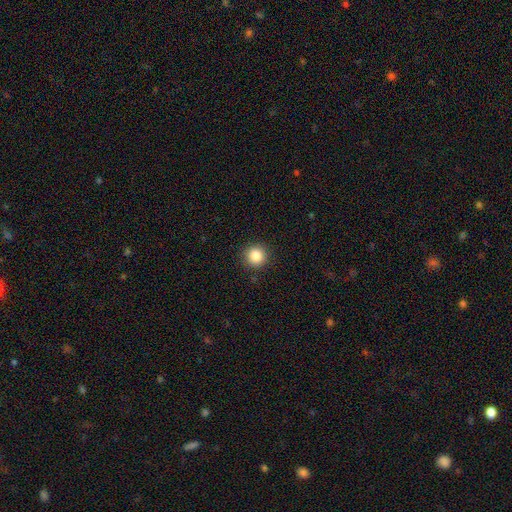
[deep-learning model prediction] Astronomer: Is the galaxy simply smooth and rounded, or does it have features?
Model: smooth — 86%.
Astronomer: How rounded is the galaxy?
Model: round — 94%.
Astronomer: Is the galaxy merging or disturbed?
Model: none — 91%.